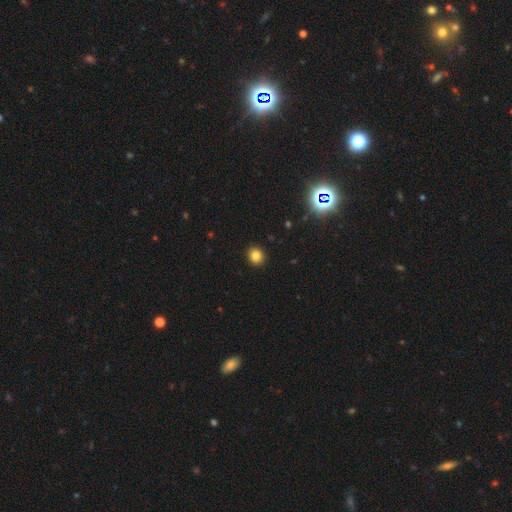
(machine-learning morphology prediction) This appears to be a smooth galaxy with no disk features (82%) that is round (80%). Merging: none (92%).